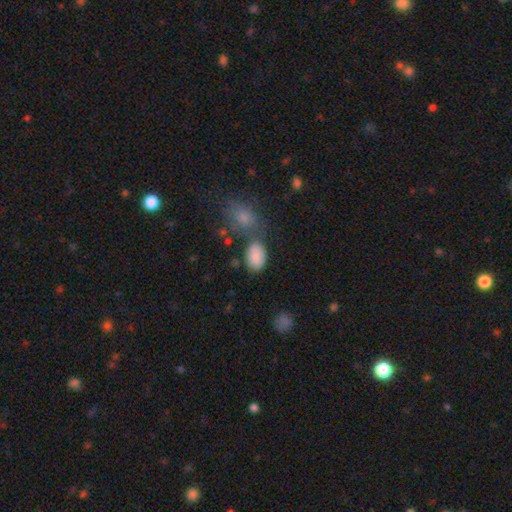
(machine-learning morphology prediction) This appears to be a smooth galaxy with no disk features (86%) that is in between round and cigar-shaped (89%). Merging: none (60%).